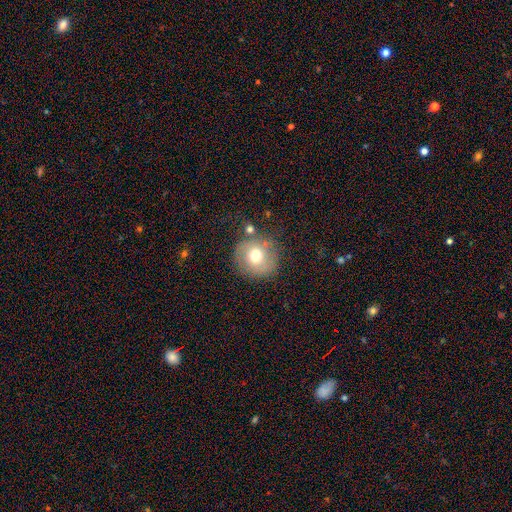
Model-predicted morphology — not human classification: Smooth or featured: smooth — 65% (featured or disk — 24%)
How rounded: round — 91% (in between — 8%)
Merging: none — 74% (minor disturbance — 14%)